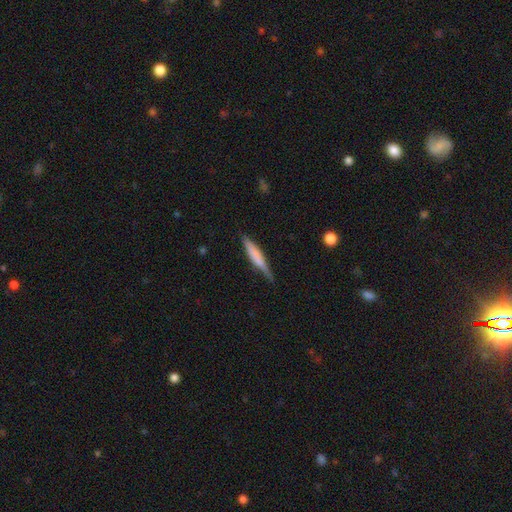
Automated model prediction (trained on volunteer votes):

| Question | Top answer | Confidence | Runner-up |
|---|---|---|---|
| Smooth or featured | smooth | 55% | featured or disk (39%) |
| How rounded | cigar-shaped | 89% | in between (10%) |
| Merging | none | 77% | minor disturbance (18%) |